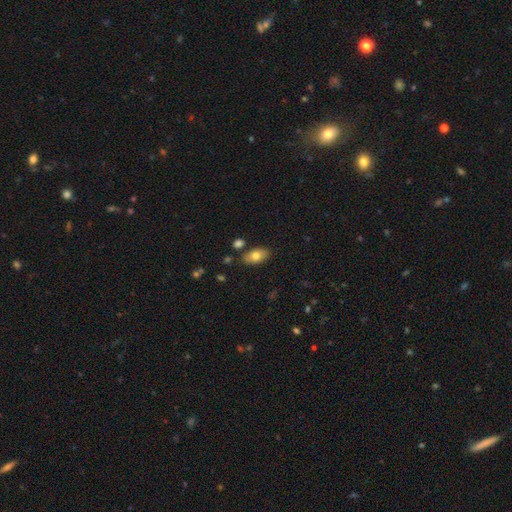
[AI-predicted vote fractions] This appears to be a smooth galaxy with no disk features (76%) that is in between round and cigar-shaped (91%). Merging: none (83%).